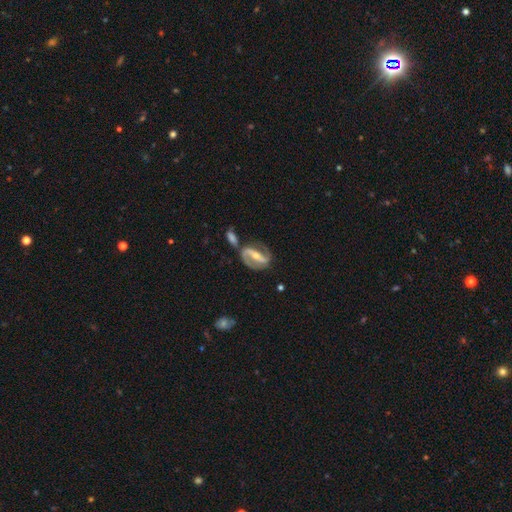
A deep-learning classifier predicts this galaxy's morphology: featured or disk 89%, smooth 7%, star or artifact 5%. Down the decision tree: edge-on disk — no (95%); bar — strong (71%); spiral arms — yes (95%); spiral arm count — 2 (91%); spiral winding — medium (48%); bulge size — small (53%); merging — none (67%).